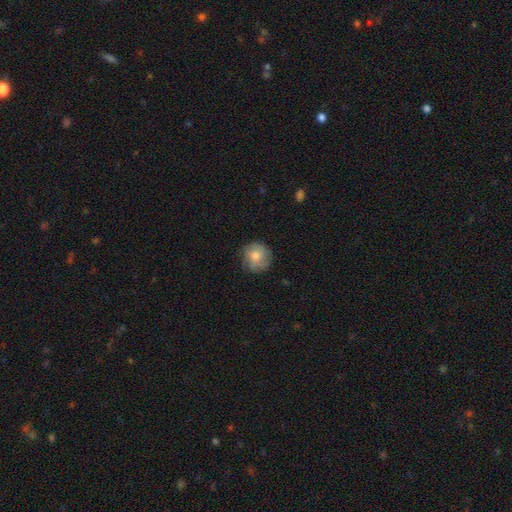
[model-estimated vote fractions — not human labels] Overall: smooth (61%; featured or disk 30%). How rounded: round (90%). Merging: none (75%).